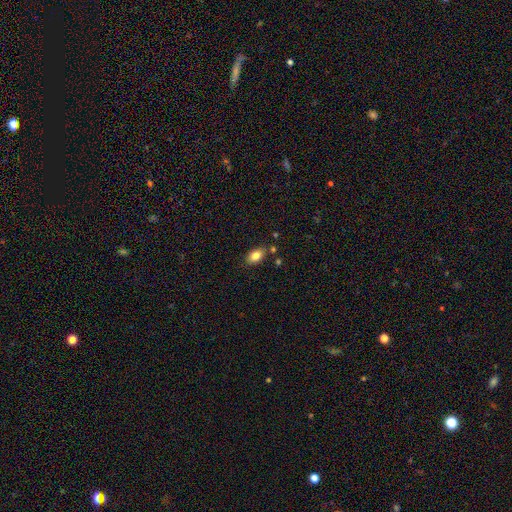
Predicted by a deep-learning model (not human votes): This appears to be a smooth galaxy with no disk features (83%) that is in between round and cigar-shaped (89%). Merging: none (79%).